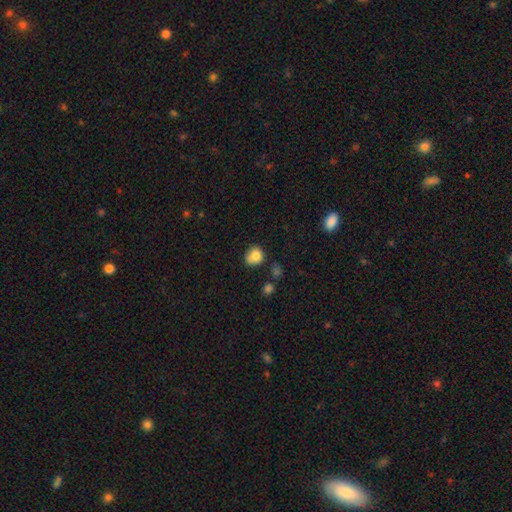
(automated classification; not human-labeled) Smooth or featured: smooth — 81% (star or artifact — 10%)
How rounded: round — 70% (in between — 30%)
Merging: none — 52% (minor disturbance — 30%)